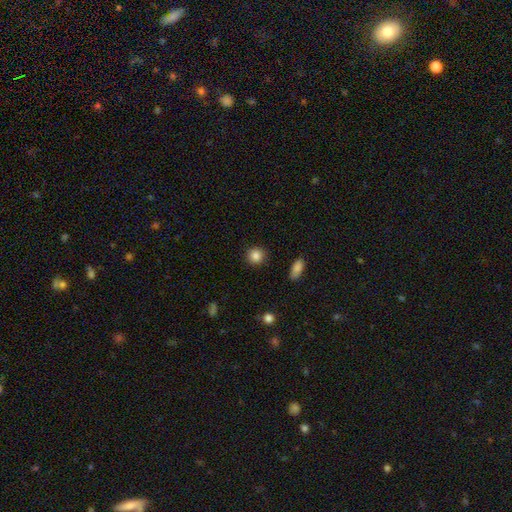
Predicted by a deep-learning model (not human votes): Overall: smooth (86%). How rounded: round (91%). Merging: none (90%).